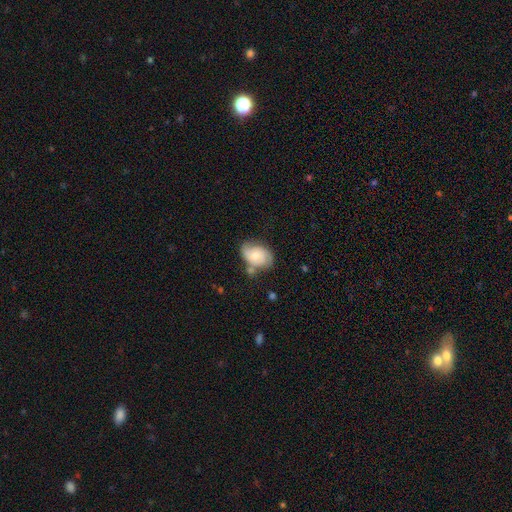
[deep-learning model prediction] Smooth or featured? featured or disk (55%)
Edge-on disk? no (97%)
Bar? no (67%)
Spiral arms? yes (87%)
Bulge size? moderate (43%, tied with small)
Merging? none (53%)